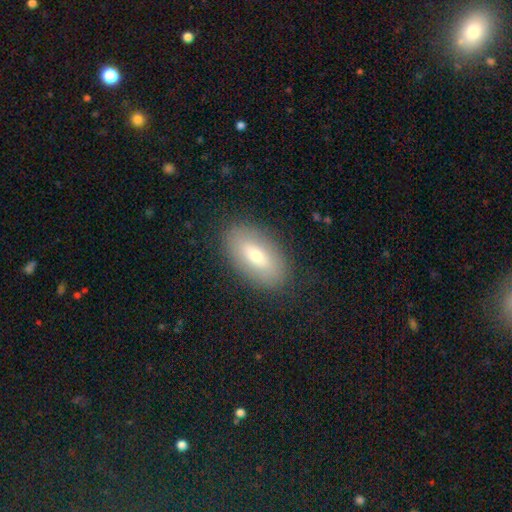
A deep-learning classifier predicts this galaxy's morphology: A smooth galaxy with no disk features (66%) that is in between round and cigar-shaped (91%). Merging: none (85%).